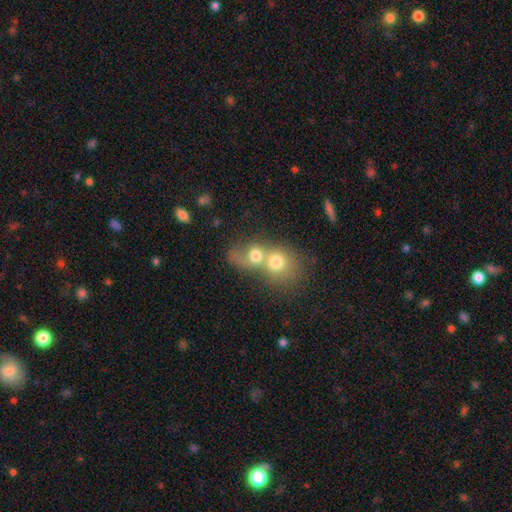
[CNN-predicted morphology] This appears to be a smooth galaxy with no disk features (67%) that is round (63%). Merging: merger (77%).